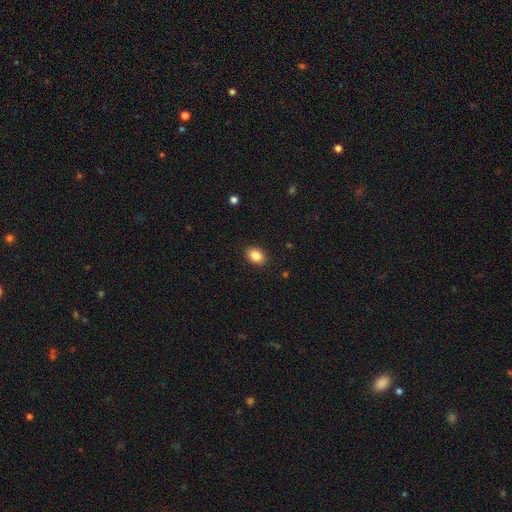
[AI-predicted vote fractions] This appears to be a smooth galaxy with no disk features (86%) that is in between round and cigar-shaped (78%). Merging: none (90%).